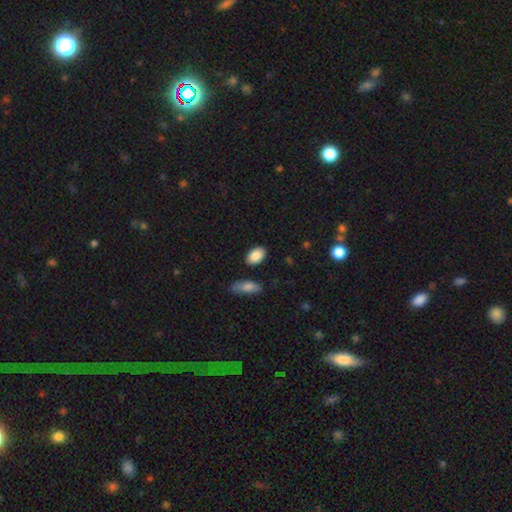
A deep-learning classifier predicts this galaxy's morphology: smooth 88%, star or artifact 7%, featured or disk 6%. Down the decision tree: how rounded — in between (90%); merging — none (85%).